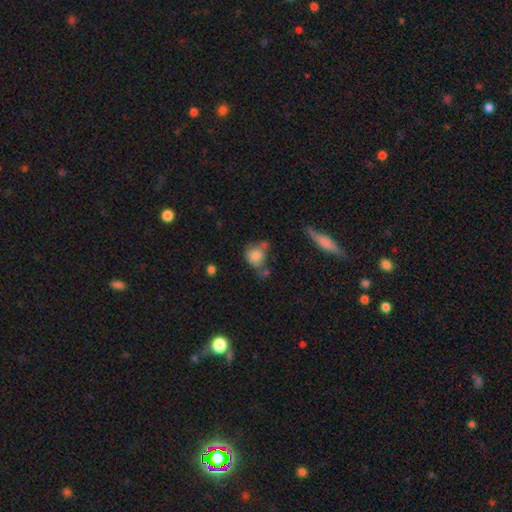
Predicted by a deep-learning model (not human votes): This is likely a smooth galaxy (78%). How rounded: likely round (61%). Merging: marginally none (40%).